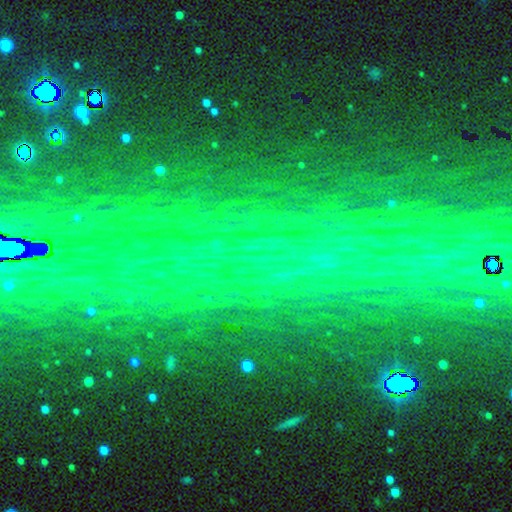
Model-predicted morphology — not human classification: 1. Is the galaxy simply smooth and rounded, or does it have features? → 84% star or artifact, 9% featured or disk, 7% smooth.